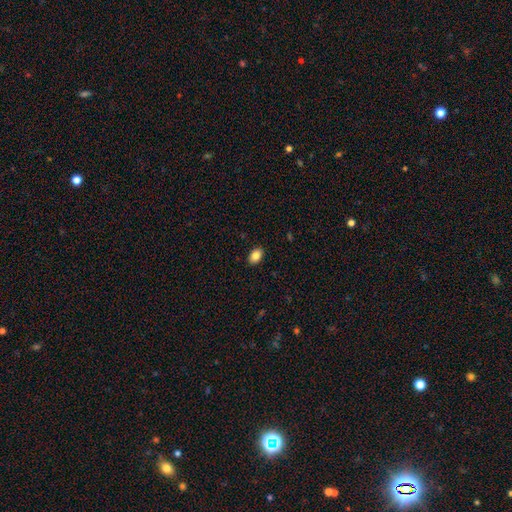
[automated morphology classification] Smooth or featured: smooth — 85% (star or artifact — 8%)
How rounded: in between — 84% (round — 15%)
Merging: none — 89% (minor disturbance — 8%)